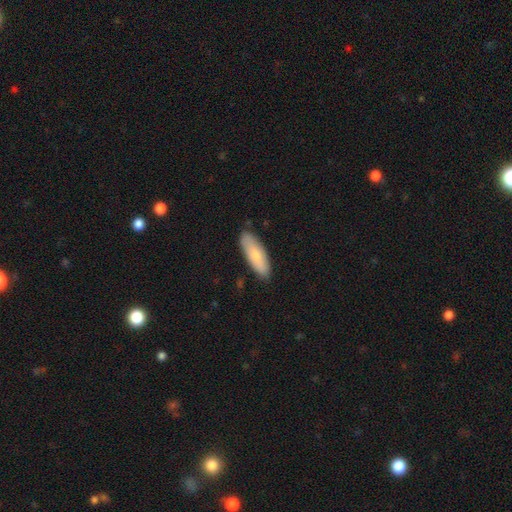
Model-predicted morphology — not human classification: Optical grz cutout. It shows a smooth galaxy with no disk features (76%) that is in between round and cigar-shaped (61%). Merging: none (86%).